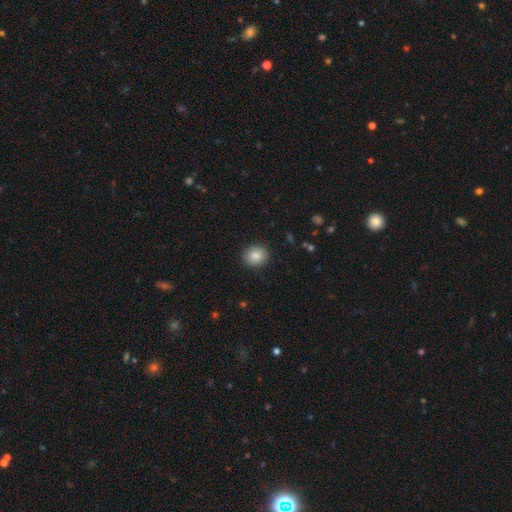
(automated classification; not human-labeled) smooth_or_featured: smooth (p=0.86) [alt: star or artifact p=0.09]
how_rounded: round (p=0.77) [alt: in between p=0.22]
merging: none (p=0.90) [alt: minor disturbance p=0.07]